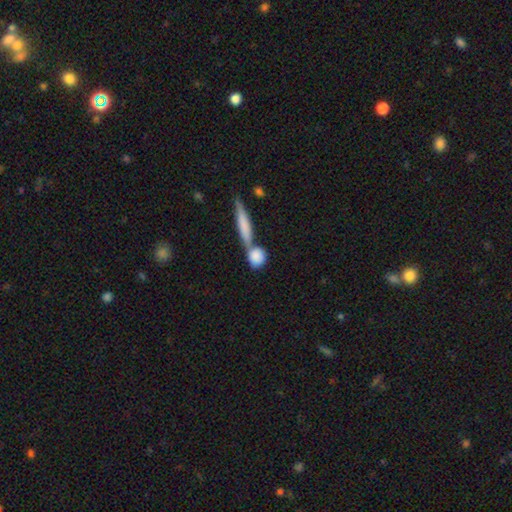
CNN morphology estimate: smooth_or_featured: smooth (p=0.81) [alt: featured or disk p=0.13]
how_rounded: round (p=0.65) [alt: in between p=0.24]
merging: none (p=0.48) [alt: merger p=0.36]